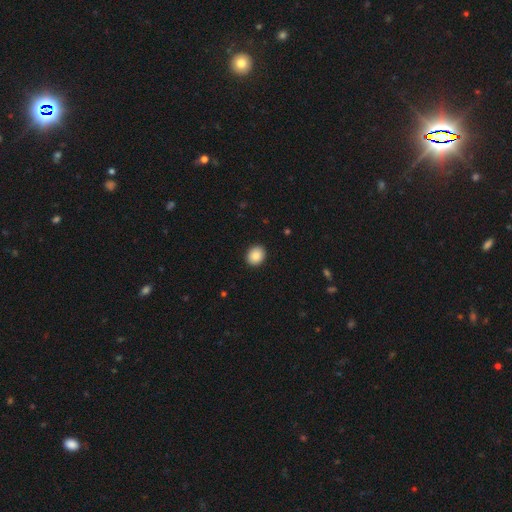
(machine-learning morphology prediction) This is clearly a smooth galaxy (88%). How rounded: likely round (64%). Merging: clearly none (92%).